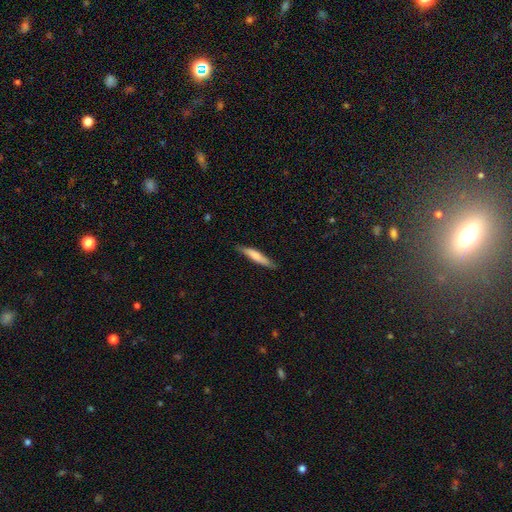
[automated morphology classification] smooth 70%, featured or disk 25%, star or artifact 5%. Down the decision tree: how rounded — cigar-shaped (89%); merging — none (80%).